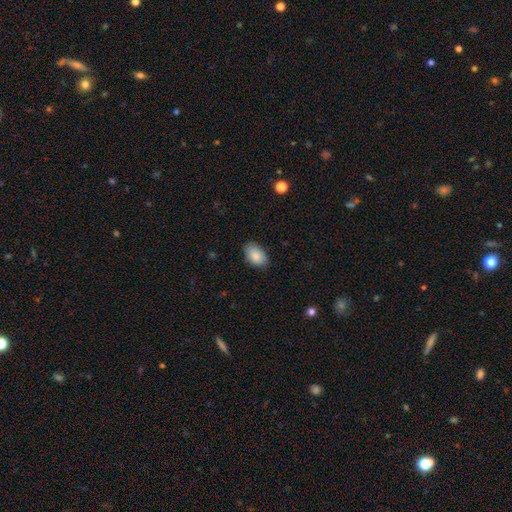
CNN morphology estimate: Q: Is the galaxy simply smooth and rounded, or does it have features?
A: smooth — 85%.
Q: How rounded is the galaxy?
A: in between — 91%.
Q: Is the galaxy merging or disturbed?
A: none — 80%.